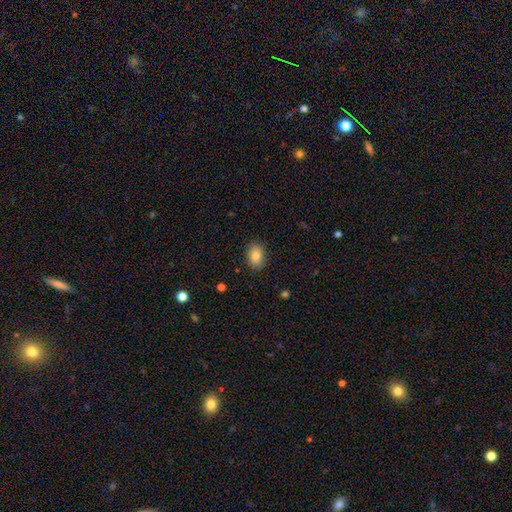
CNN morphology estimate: A smooth galaxy with no disk features (84%) that is in between round and cigar-shaped (85%). Merging: none (87%).